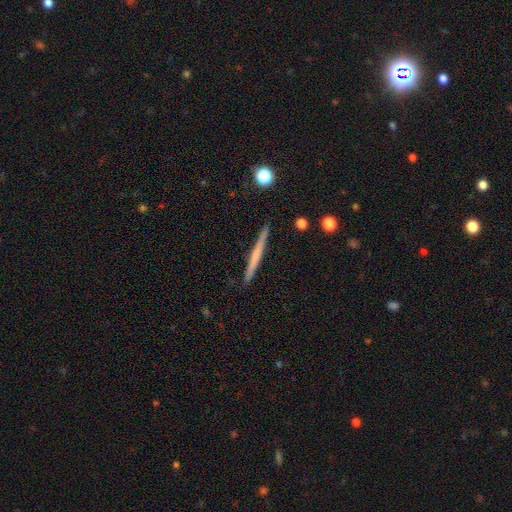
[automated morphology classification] This is possibly a featured or disk galaxy (51%). It is clearly viewed edge-on (98%). Merging: clearly none (92%).